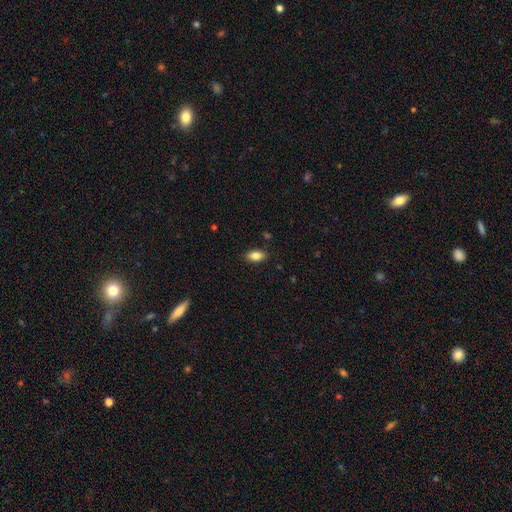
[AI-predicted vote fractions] A smooth galaxy with no disk features (85%) that is in between round and cigar-shaped (90%).

Vote fractions:
- Smooth or featured? smooth: 85% / star or artifact: 8% / featured or disk: 7%
- How rounded? in between: 90% / round: 5% / cigar-shaped: 5%
- Merging? none: 87% / minor disturbance: 10% / major disturbance: 2% / merger: 1%